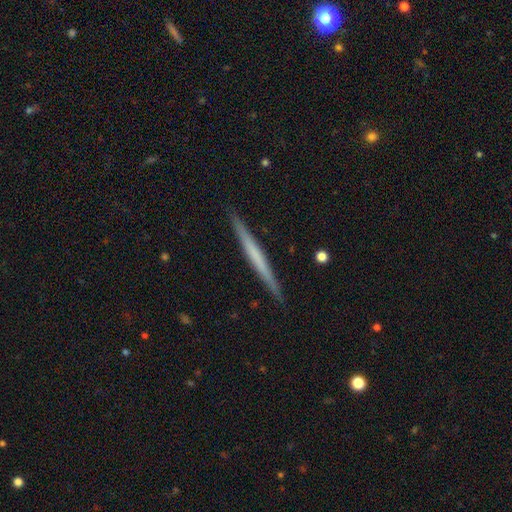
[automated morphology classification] Overall: featured or disk (53%; smooth 42%). Edge-on disk: yes (98%). Edge-on bulge: none (86%). Merging: none (92%).